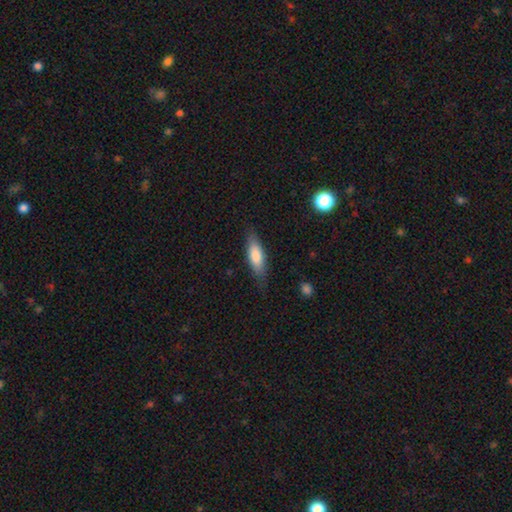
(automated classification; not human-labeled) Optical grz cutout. It shows a smooth galaxy with no disk features (77%) that is in between round and cigar-shaped (58%). Merging: none (79%).